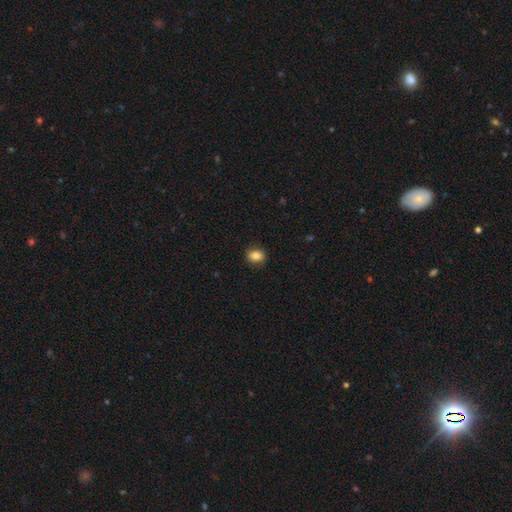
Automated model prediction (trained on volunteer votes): Smooth or featured? smooth (85%)
How rounded? in between (55%)
Merging? none (88%)